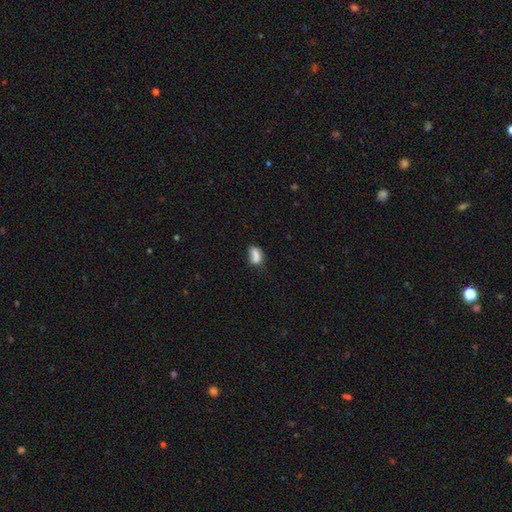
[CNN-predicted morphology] The model was most divided on "merging": none: 41%, merger: 24%, minor disturbance: 23%, major disturbance: 12%. More confident: how rounded — in between (78%); smooth or featured — smooth (74%).